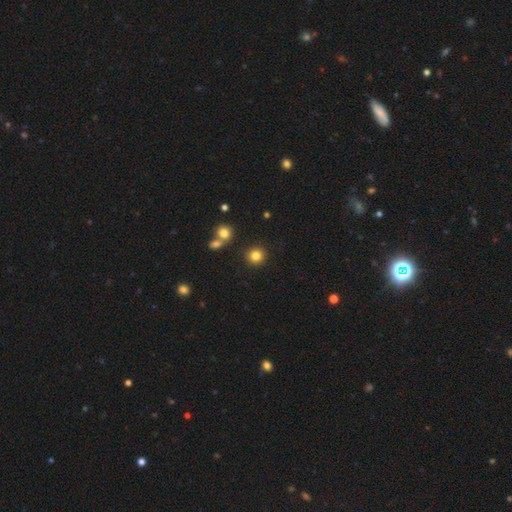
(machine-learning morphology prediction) This is clearly a smooth galaxy (82%). How rounded: clearly round (93%). Merging: clearly none (88%).